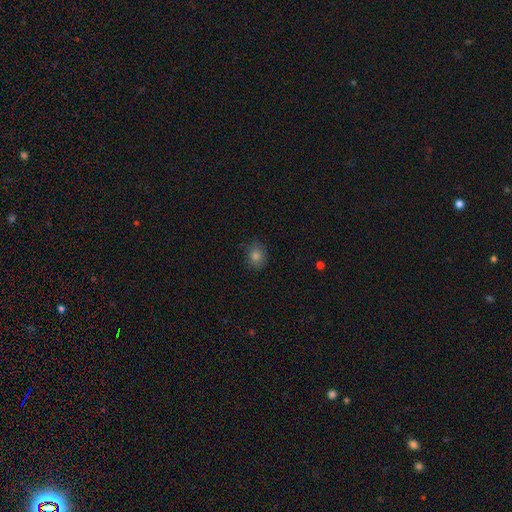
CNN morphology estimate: Smooth or featured? smooth (78%)
How rounded? round (65%)
Merging? none (80%)